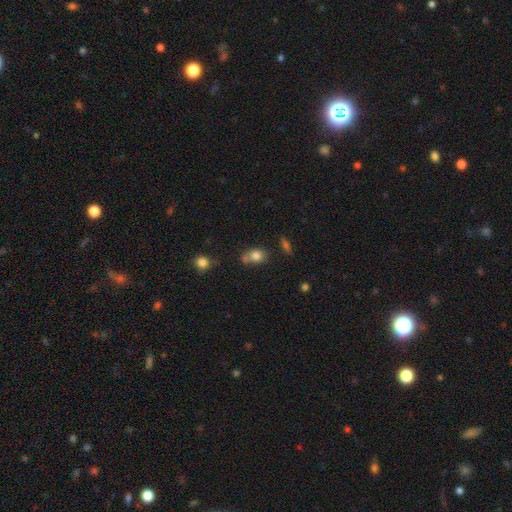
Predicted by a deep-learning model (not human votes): Overall: smooth (79%). How rounded: in between (52%; round 46%). Merging: none (50%; merger 24%).